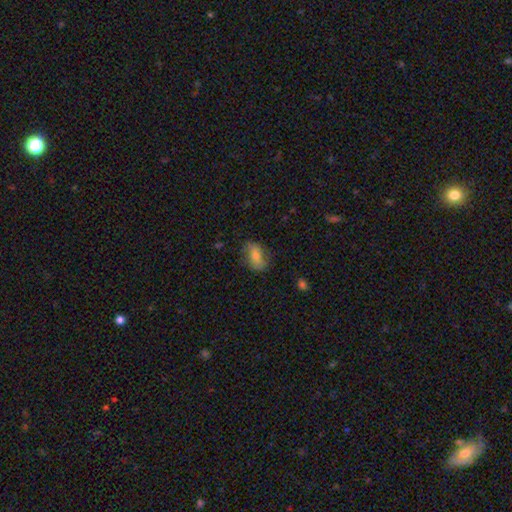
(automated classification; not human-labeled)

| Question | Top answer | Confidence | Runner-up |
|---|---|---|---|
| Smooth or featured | smooth | 62% | featured or disk (29%) |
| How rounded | in between | 83% | round (13%) |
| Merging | none | 71% | minor disturbance (21%) |